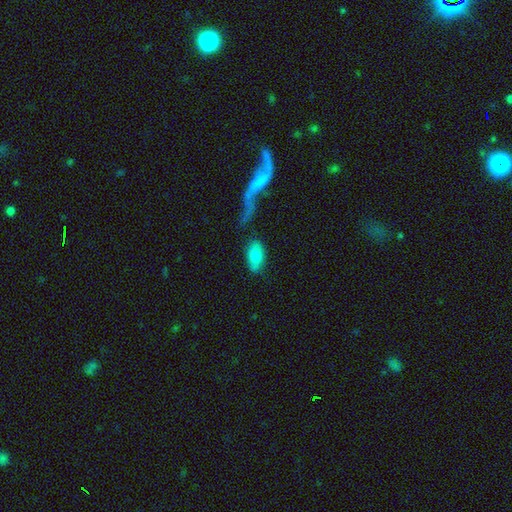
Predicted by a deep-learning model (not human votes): This appears to be a smooth galaxy with no disk features (77%) that is in between round and cigar-shaped (91%). Merging: none (69%).